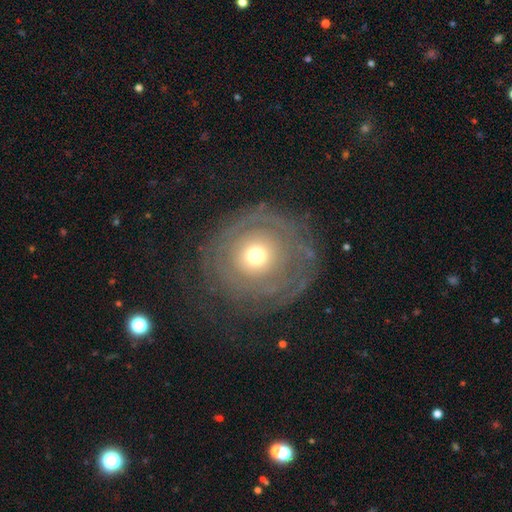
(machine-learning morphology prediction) This appears to be a featured or disk galaxy (63%) with no bar (88%), spiral arms (61%) and a moderate central bulge (56%). Merging: none (73%).